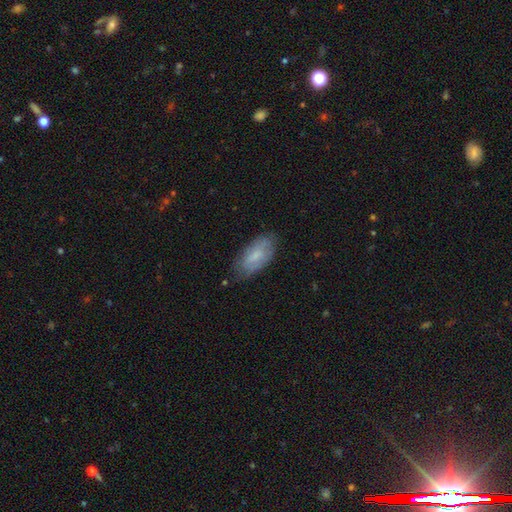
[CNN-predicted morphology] smooth-or-featured: smooth: 62% | featured or disk: 31% | star or artifact: 7%
  how-rounded: in between: 90% | cigar-shaped: 8% | round: 3%
  merging: none: 72% | minor disturbance: 22% | major disturbance: 5% | merger: 1%